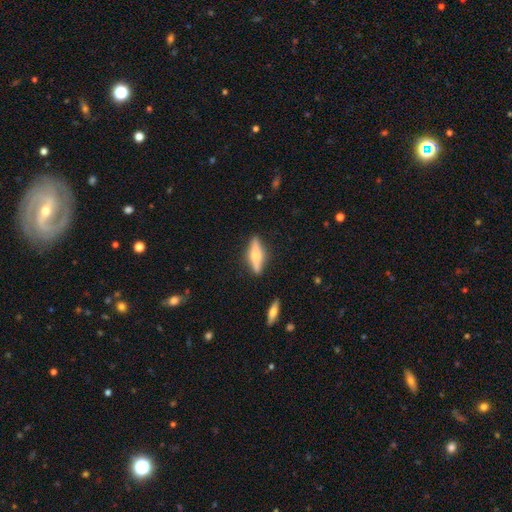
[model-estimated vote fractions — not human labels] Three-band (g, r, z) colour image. It shows a featured or disk galaxy (52%) viewed edge-on (94%). Merging: none (86%).